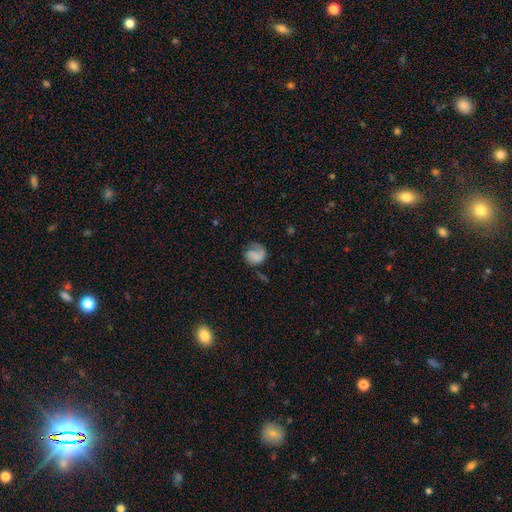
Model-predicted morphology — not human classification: Smooth or featured?
  - smooth: 57% *
  - featured or disk: 34%
  - star or artifact: 9%
How rounded?
  - round: 74% *
  - in between: 25%
  - cigar-shaped: 1%
Merging?
  - none: 50% *
  - minor disturbance: 27%
  - major disturbance: 21%
  - merger: 3%